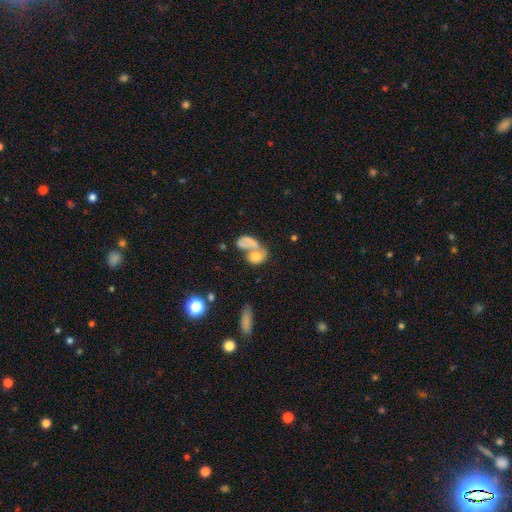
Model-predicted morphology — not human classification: Overall: smooth (61%; featured or disk 29%). How rounded: in between (77%). Merging: merger (65%).